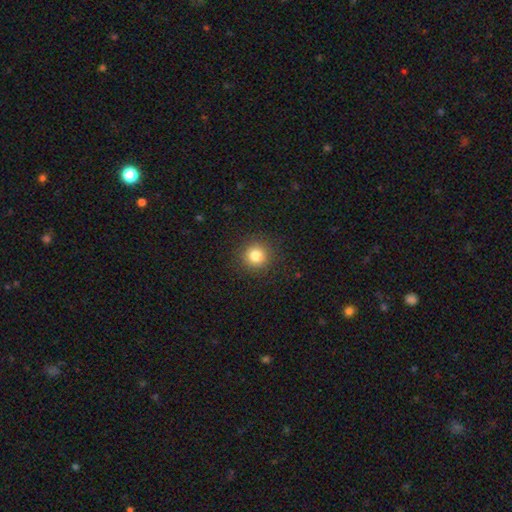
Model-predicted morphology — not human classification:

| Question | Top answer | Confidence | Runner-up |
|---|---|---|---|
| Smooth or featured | smooth | 82% | star or artifact (12%) |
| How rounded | round | 93% | in between (6%) |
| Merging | none | 90% | minor disturbance (7%) |